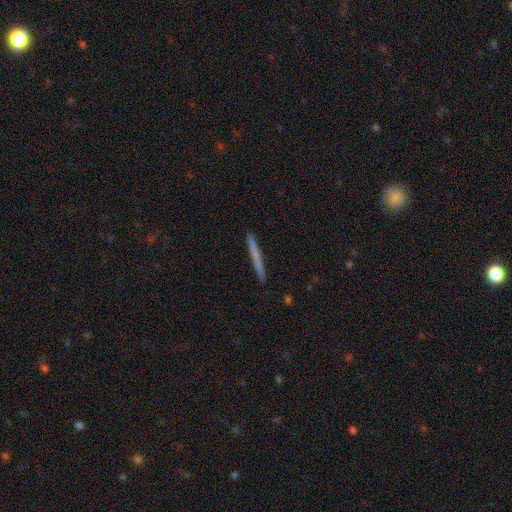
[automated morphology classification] Smooth or featured: smooth — 59% (featured or disk — 35%)
How rounded: cigar-shaped — 97% (in between — 2%)
Merging: none — 92% (minor disturbance — 5%)